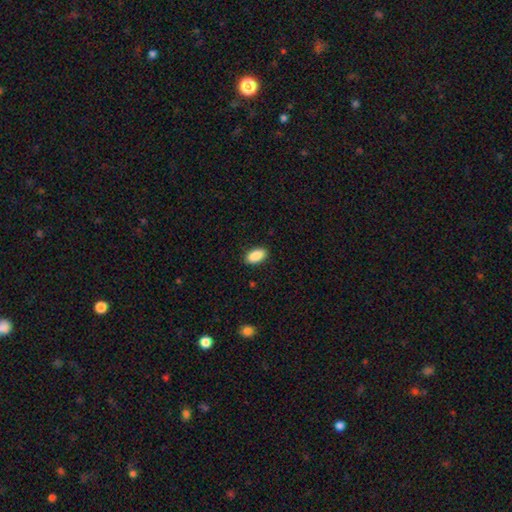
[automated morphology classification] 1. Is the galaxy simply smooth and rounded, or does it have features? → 90% smooth, 7% star or artifact, 3% featured or disk.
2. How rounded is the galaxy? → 94% in between, 3% cigar-shaped, 3% round.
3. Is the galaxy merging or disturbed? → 89% none, 8% minor disturbance, 2% major disturbance, 1% merger.